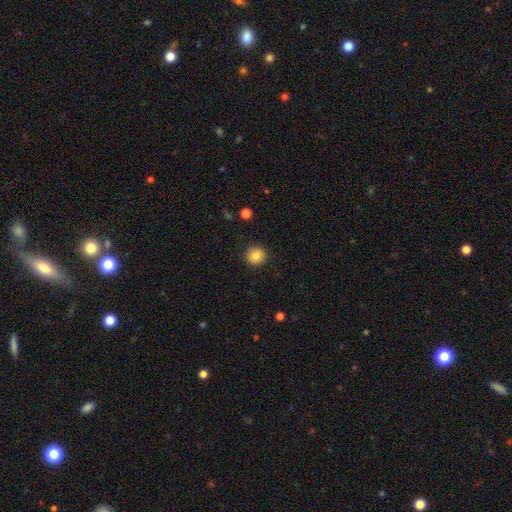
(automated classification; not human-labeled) Morphology: type=smooth (84%); roundness=round (94%); merging=none (91%).